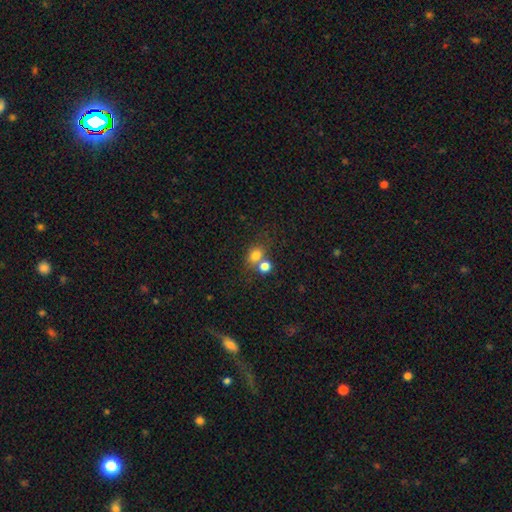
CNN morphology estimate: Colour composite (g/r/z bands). It shows a smooth galaxy with no disk features (77%) that is round (60%). Merging: none (47%).